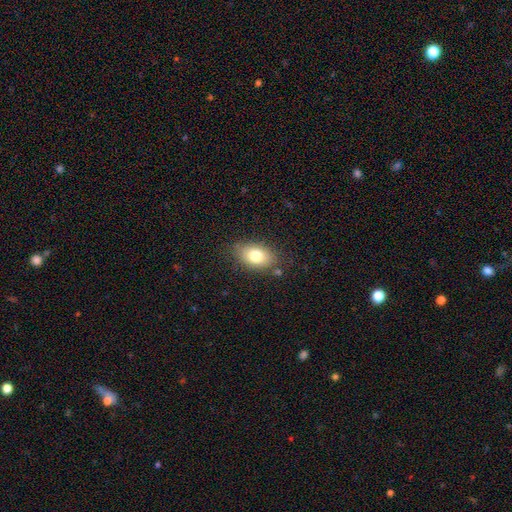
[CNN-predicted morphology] smooth-or-featured: smooth: 78% | featured or disk: 13% | star or artifact: 9%
  how-rounded: in between: 87% | round: 11% | cigar-shaped: 2%
  merging: none: 80% | minor disturbance: 14% | major disturbance: 3% | merger: 3%